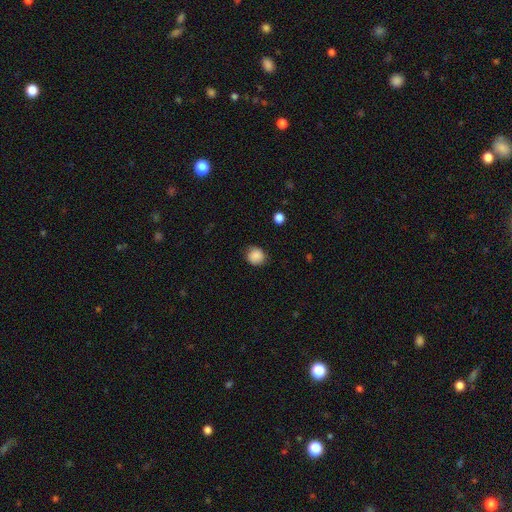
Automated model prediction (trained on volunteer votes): A smooth galaxy with no disk features (87%) that is round (85%).

Vote fractions:
- Smooth or featured? smooth: 87% / star or artifact: 9% / featured or disk: 4%
- How rounded? round: 85% / in between: 14% / cigar-shaped: 1%
- Merging? none: 83% / minor disturbance: 13% / major disturbance: 3% / merger: 1%